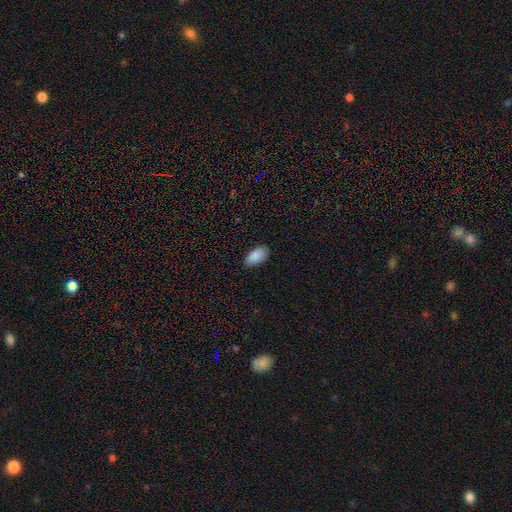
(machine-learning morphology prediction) Overall: smooth (90%). How rounded: in between (95%). Merging: none (86%).